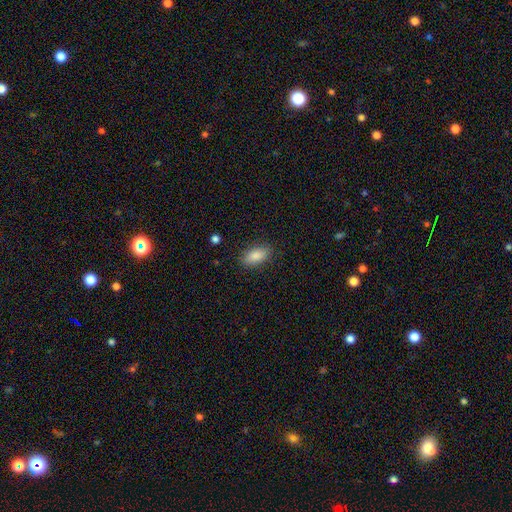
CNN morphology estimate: This appears to be a smooth galaxy with no disk features (85%) that is in between round and cigar-shaped (88%). Merging: none (87%).